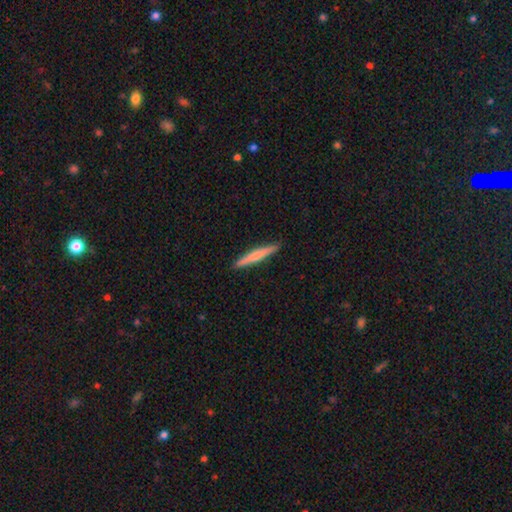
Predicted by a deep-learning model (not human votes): smooth_or_featured: smooth (p=0.61) [alt: featured or disk p=0.34]
how_rounded: cigar-shaped (p=0.95) [alt: in between p=0.03]
merging: none (p=0.91) [alt: minor disturbance p=0.06]